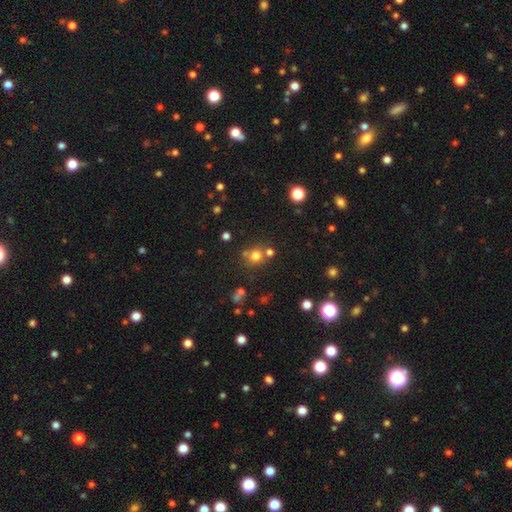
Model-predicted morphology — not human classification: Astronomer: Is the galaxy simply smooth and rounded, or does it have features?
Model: smooth — 70%.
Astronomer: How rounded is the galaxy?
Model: round — 88%.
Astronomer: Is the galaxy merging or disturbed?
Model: none — 66%.